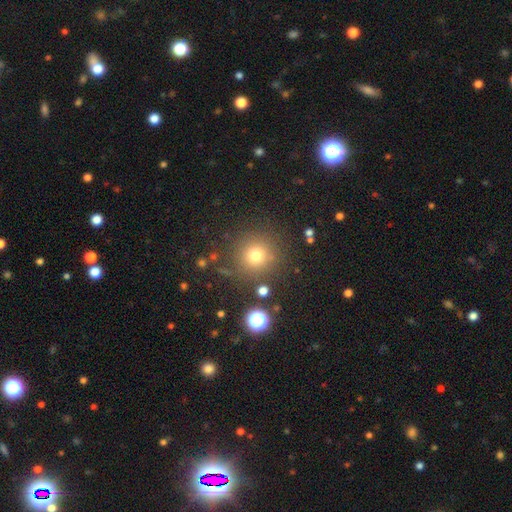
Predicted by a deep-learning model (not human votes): smooth-or-featured: smooth: 73% | star or artifact: 18% | featured or disk: 9%
  how-rounded: round: 94% | in between: 5% | cigar-shaped: 1%
  merging: none: 84% | minor disturbance: 8% | major disturbance: 4% | merger: 4%